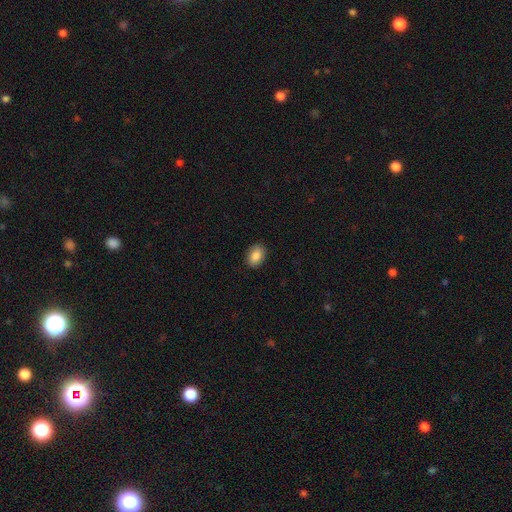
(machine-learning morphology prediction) This appears to be a smooth galaxy with no disk features (87%) that is in between round and cigar-shaped (82%). Merging: none (89%).